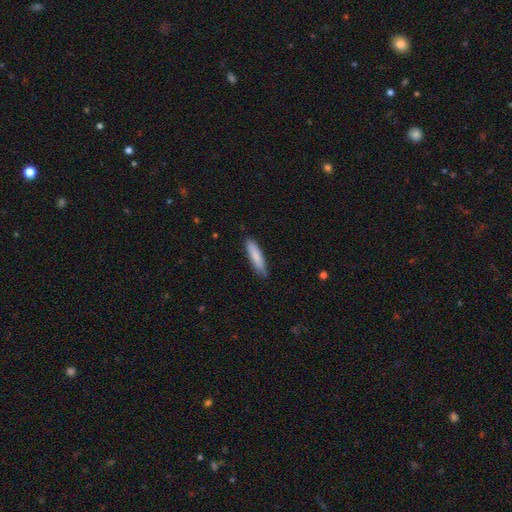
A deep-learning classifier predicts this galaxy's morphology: type=smooth (84%); roundness=cigar-shaped (75%); merging=none (83%).